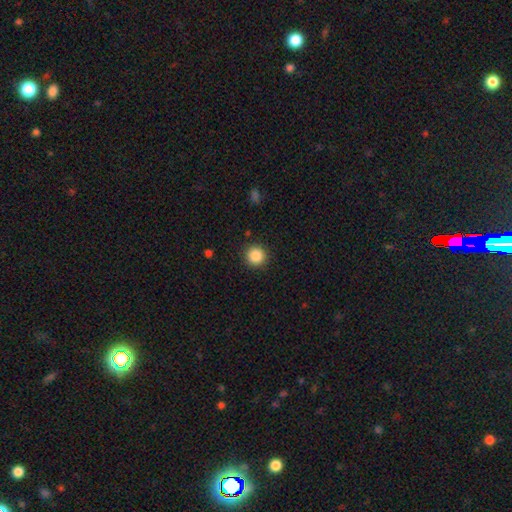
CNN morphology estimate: Q: Smooth or featured?
A: smooth (86%); runner-up: star or artifact (10%)
Q: How rounded?
A: round (95%); runner-up: in between (4%)
Q: Merging?
A: none (91%); runner-up: minor disturbance (6%)